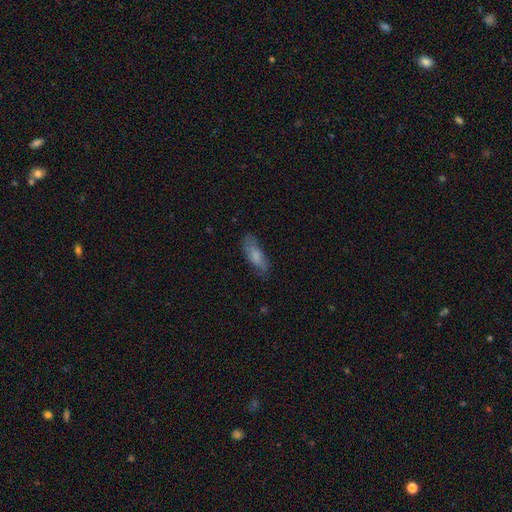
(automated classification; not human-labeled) The model was most divided on "how rounded": in between: 63%, cigar-shaped: 35%, round: 2%. More confident: smooth or featured — smooth (76%); merging — none (70%).